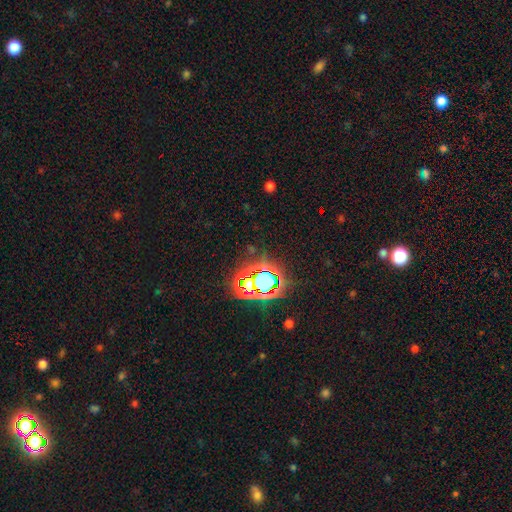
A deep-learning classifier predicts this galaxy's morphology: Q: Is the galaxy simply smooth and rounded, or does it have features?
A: star or artifact — 79%.